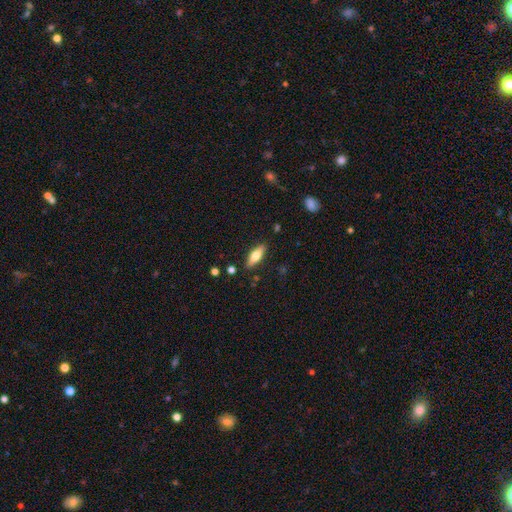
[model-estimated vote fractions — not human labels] smooth_or_featured: smooth (p=0.64) [alt: featured or disk p=0.30]
how_rounded: in between (p=0.59) [alt: cigar-shaped p=0.38]
merging: none (p=0.86) [alt: minor disturbance p=0.10]